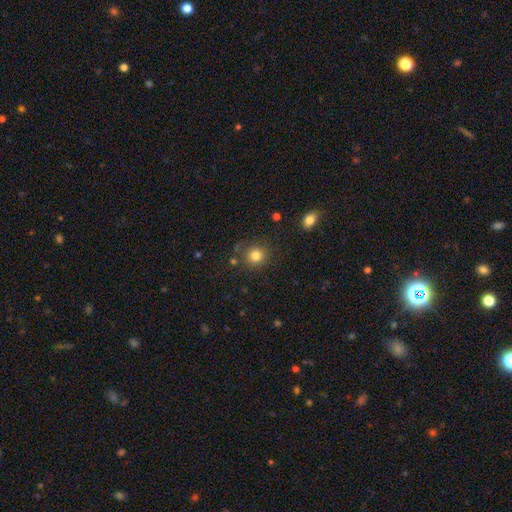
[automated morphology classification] Q: Smooth or featured?
A: smooth (81%); runner-up: star or artifact (13%)
Q: How rounded?
A: round (91%); runner-up: in between (8%)
Q: Merging?
A: none (82%); runner-up: minor disturbance (10%)